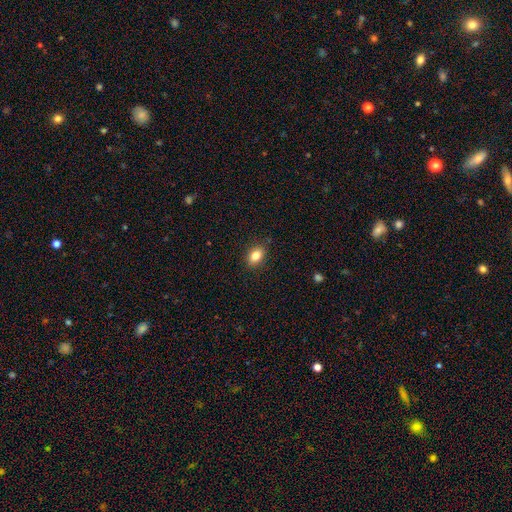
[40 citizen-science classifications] smooth-or-featured: smooth: 88% | star or artifact: 8% | featured or disk: 5%
  how-rounded: in between: 80% | round: 20% | cigar-shaped: 0%
  merging: none: 81% | minor disturbance: 16% | major disturbance: 3% | merger: 0%